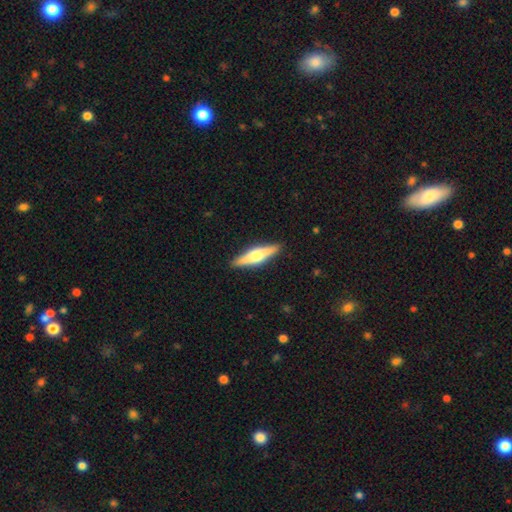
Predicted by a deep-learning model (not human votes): Q: Smooth or featured?
A: featured or disk (64%); runner-up: smooth (31%)
Q: Edge-on disk?
A: yes (97%); runner-up: no (3%)
Q: Edge-on bulge?
A: rounded (93%); runner-up: boxy (5%)
Q: Merging?
A: none (91%); runner-up: minor disturbance (6%)